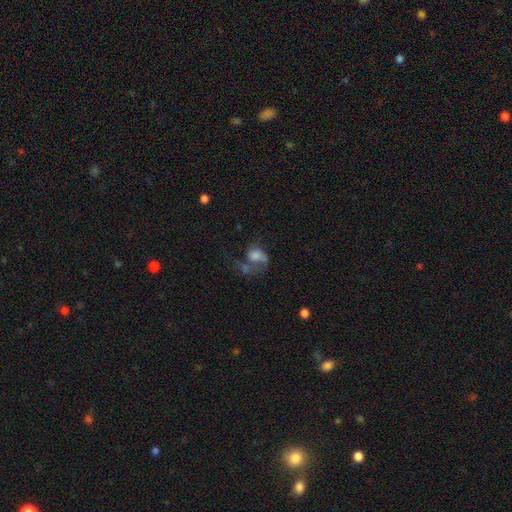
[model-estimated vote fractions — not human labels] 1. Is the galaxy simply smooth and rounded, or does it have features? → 48% smooth, 40% featured or disk, 12% star or artifact.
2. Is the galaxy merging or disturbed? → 37% major disturbance, 27% merger, 22% none, 14% minor disturbance.